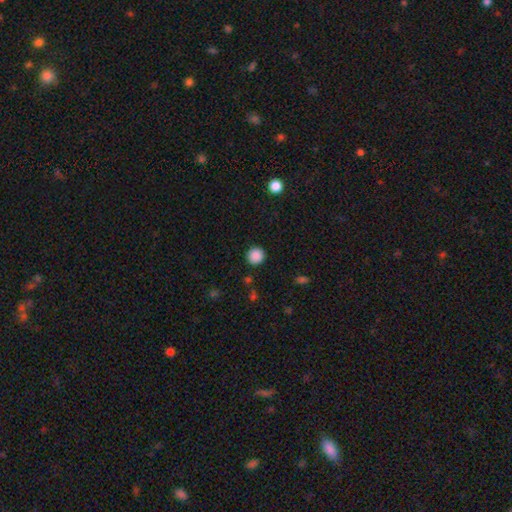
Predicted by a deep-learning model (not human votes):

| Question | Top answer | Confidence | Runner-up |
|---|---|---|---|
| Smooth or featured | smooth | 87% | star or artifact (10%) |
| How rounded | round | 93% | in between (6%) |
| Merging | none | 90% | minor disturbance (6%) |